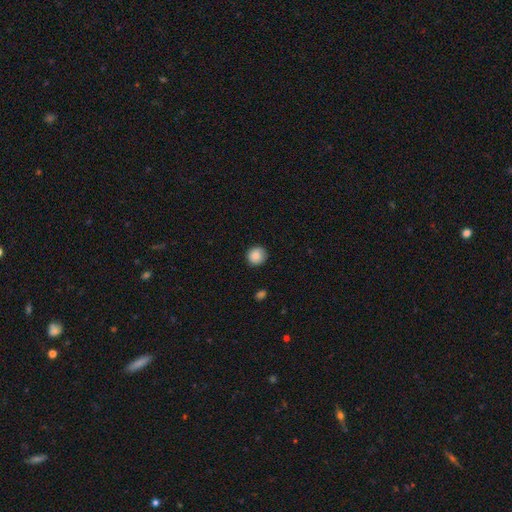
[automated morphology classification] A smooth galaxy with no disk features (86%) that is round (92%). Merging: none (89%).